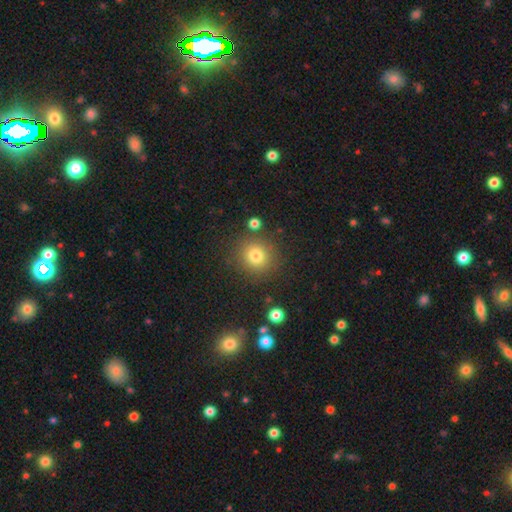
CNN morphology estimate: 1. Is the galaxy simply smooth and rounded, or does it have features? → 79% smooth, 13% star or artifact, 8% featured or disk.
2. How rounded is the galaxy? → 89% round, 10% in between, 1% cigar-shaped.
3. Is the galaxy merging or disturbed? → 84% none, 8% minor disturbance, 4% merger, 3% major disturbance.